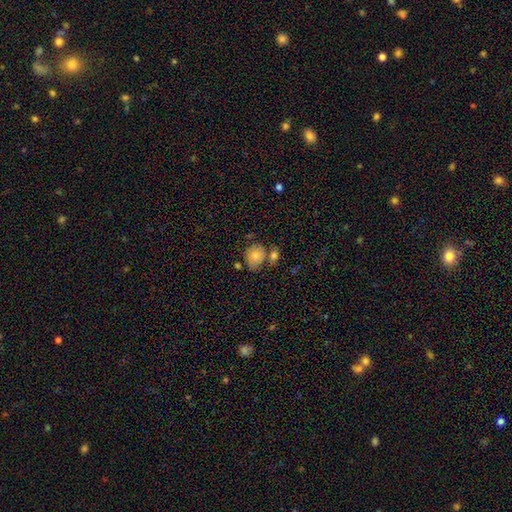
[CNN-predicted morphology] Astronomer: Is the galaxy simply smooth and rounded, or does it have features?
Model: smooth — 71%.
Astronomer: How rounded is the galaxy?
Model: round — 63%.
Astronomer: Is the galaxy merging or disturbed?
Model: none — 52%.